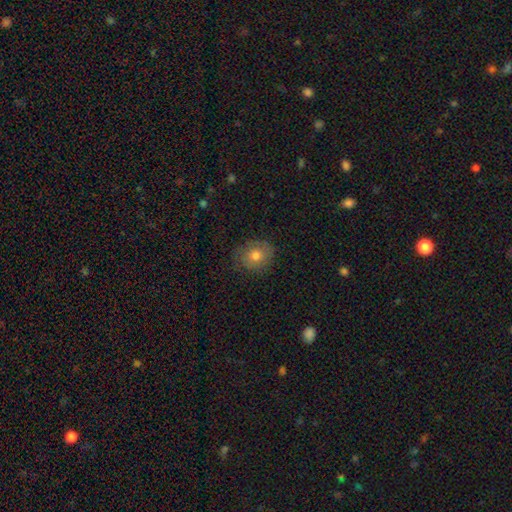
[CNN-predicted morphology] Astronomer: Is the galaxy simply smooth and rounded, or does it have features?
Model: smooth — 67%.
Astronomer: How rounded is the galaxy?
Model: round — 68%.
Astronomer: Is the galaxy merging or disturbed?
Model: none — 75%.